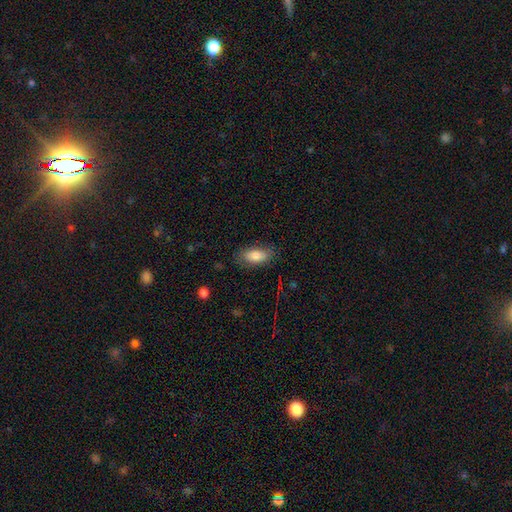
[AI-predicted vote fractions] Smooth or featured? smooth (83%)
How rounded? in between (88%)
Merging? none (79%)